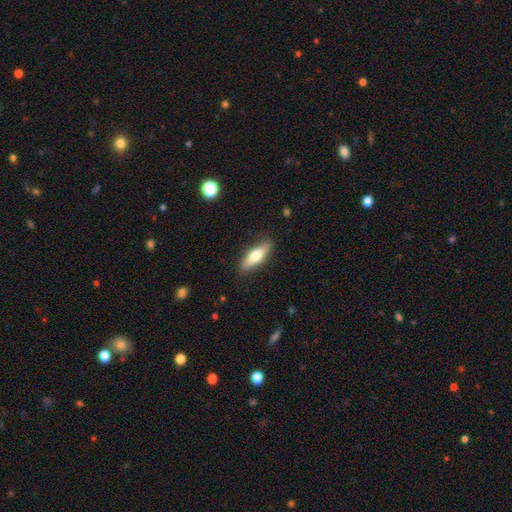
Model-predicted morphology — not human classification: smooth-or-featured: smooth: 63% | featured or disk: 32% | star or artifact: 6%
  how-rounded: cigar-shaped: 51% | in between: 46% | round: 2%
  merging: none: 86% | minor disturbance: 11% | major disturbance: 2% | merger: 1%